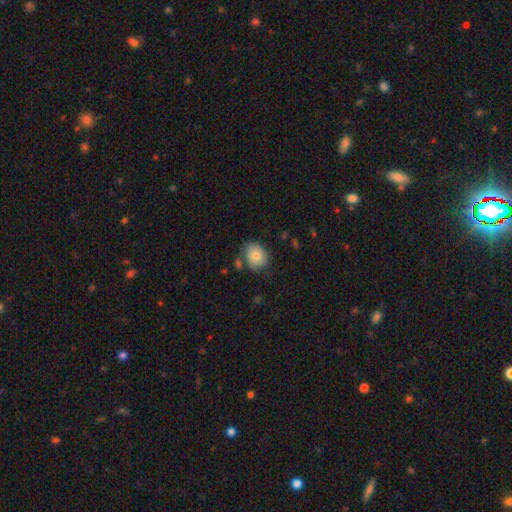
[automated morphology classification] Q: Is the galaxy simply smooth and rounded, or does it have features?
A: smooth — 80%.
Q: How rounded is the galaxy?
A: round — 52%.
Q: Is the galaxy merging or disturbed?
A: none — 67%.